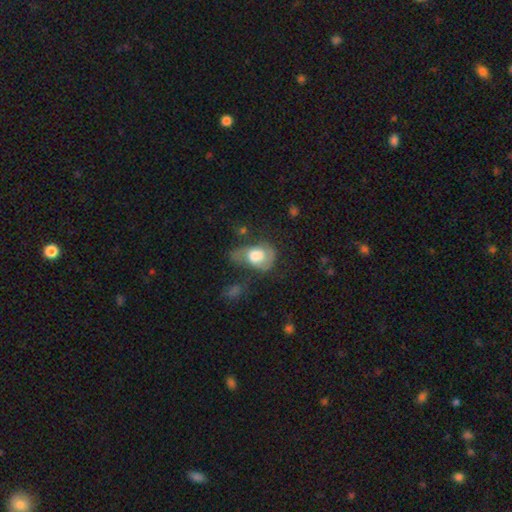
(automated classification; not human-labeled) A smooth galaxy with no disk features (57%) that is in between round and cigar-shaped (70%). Merging: major disturbance (40%).